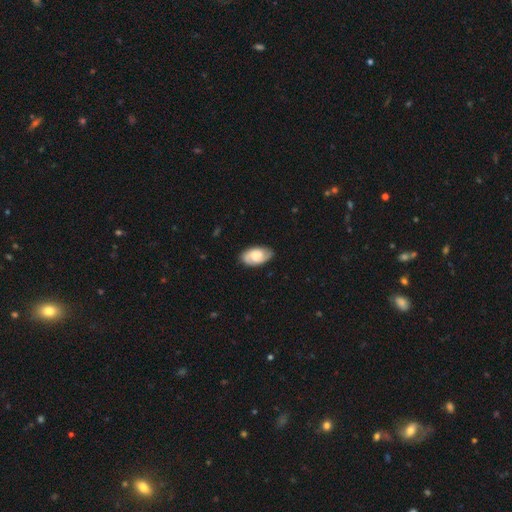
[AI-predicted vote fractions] Smooth or featured? Predicted: smooth (p=0.47). Merging? Predicted: none (p=0.80).